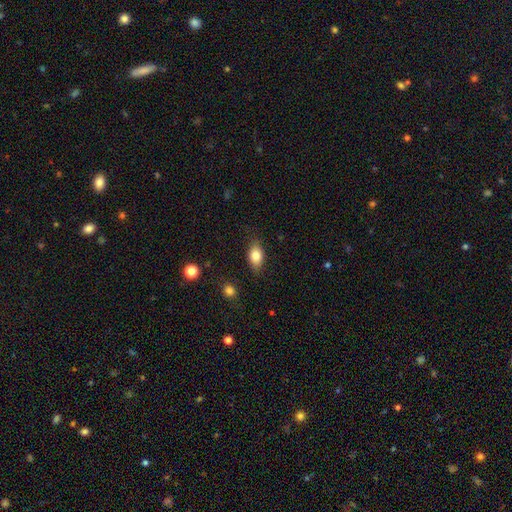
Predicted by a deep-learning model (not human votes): This is clearly a smooth galaxy (81%). How rounded: clearly in between (83%). Merging: clearly none (80%).